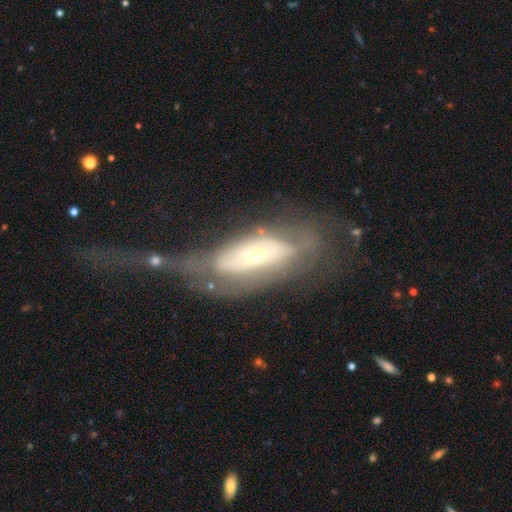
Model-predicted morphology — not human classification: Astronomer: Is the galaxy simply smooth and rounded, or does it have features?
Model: featured or disk — 63%.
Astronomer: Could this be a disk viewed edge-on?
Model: no — 83%.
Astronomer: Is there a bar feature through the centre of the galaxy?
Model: no — 77%.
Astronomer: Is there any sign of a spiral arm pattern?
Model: no — 53% (runner-up: yes, 47%).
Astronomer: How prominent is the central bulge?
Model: small — 63%.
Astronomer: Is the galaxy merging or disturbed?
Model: major disturbance — 43% (runner-up: none, 27%).